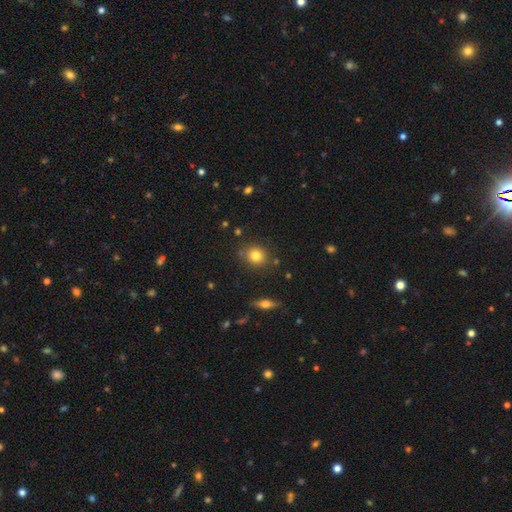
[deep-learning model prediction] smooth-or-featured: smooth: 80% | star or artifact: 11% | featured or disk: 9%
  how-rounded: round: 73% | in between: 26% | cigar-shaped: 1%
  merging: none: 81% | minor disturbance: 12% | merger: 4% | major disturbance: 3%